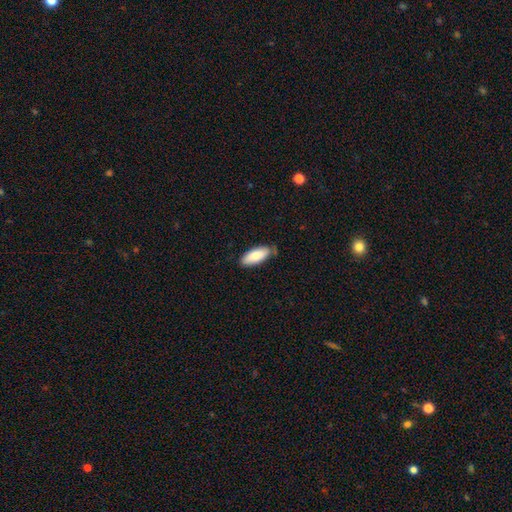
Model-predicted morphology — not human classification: A smooth galaxy with no disk features (82%) that is in between round and cigar-shaped (80%).

Vote fractions:
- Smooth or featured? smooth: 82% / featured or disk: 12% / star or artifact: 6%
- How rounded? in between: 80% / cigar-shaped: 18% / round: 2%
- Merging? none: 72% / minor disturbance: 22% / major disturbance: 3% / merger: 2%